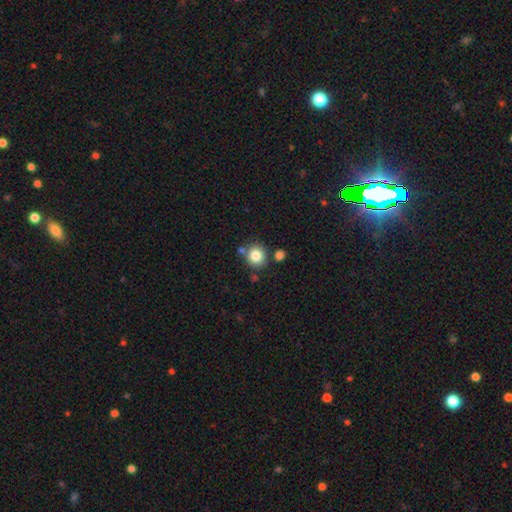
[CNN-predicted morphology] smooth_or_featured: smooth (p=0.82) [alt: star or artifact p=0.11]
how_rounded: round (p=0.89) [alt: in between p=0.10]
merging: none (p=0.76) [alt: merger p=0.11]